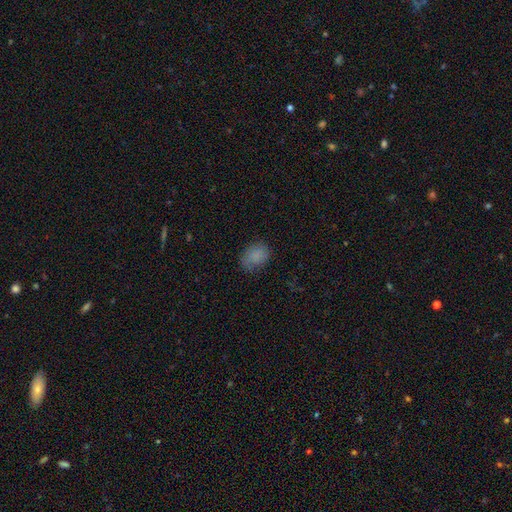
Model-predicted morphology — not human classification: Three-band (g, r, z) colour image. It shows a smooth galaxy with no disk features (83%) that is in between round and cigar-shaped (68%). Merging: none (69%).